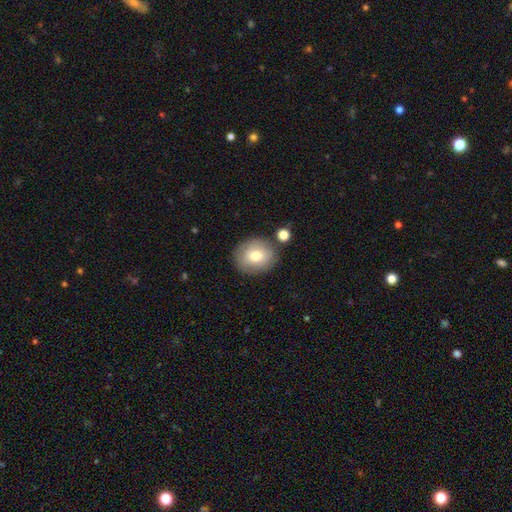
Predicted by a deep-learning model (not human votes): Overall: smooth (76%). How rounded: round (73%). Merging: none (80%).